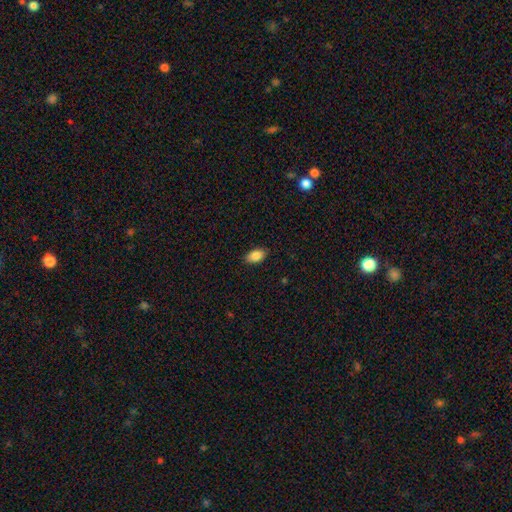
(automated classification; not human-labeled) A smooth galaxy with no disk features (86%) that is in between round and cigar-shaped (92%). Merging: none (88%).